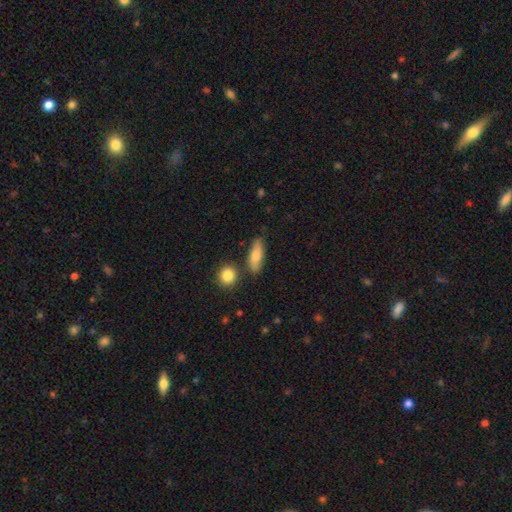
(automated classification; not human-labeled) smooth-or-featured: smooth: 78% | featured or disk: 16% | star or artifact: 7%
  how-rounded: in between: 60% | cigar-shaped: 35% | round: 4%
  merging: none: 79% | minor disturbance: 12% | merger: 6% | major disturbance: 3%